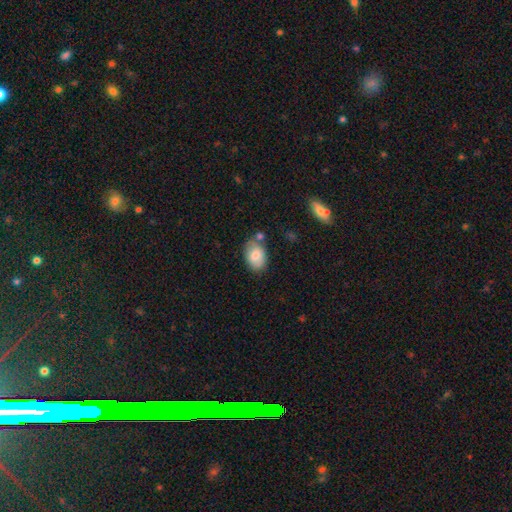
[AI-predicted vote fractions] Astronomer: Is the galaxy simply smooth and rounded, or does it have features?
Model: smooth — 82%.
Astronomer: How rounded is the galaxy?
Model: in between — 88%.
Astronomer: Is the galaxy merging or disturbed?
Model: none — 63%.